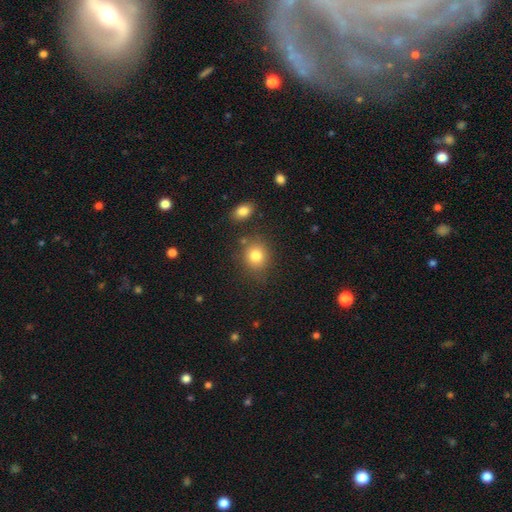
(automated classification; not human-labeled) Smooth or featured? Predicted: smooth (p=0.81). How rounded? Predicted: round (p=0.74). Merging? Predicted: none (p=0.78).